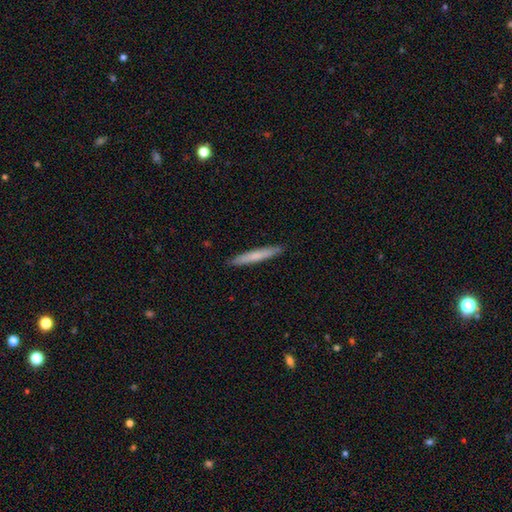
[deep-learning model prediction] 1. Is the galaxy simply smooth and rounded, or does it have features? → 67% smooth, 28% featured or disk, 6% star or artifact.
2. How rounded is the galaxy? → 96% cigar-shaped, 3% in between, 1% round.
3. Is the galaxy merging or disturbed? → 91% none, 6% minor disturbance, 1% major disturbance, 1% merger.